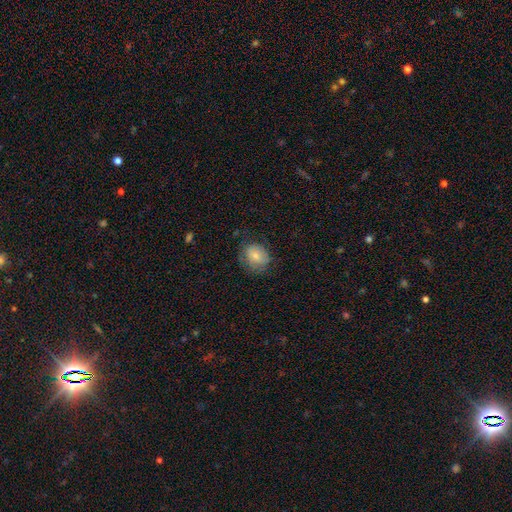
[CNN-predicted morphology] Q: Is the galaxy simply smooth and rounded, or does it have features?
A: smooth — 75%.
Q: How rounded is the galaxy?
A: round — 57%.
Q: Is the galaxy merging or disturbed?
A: none — 69%.